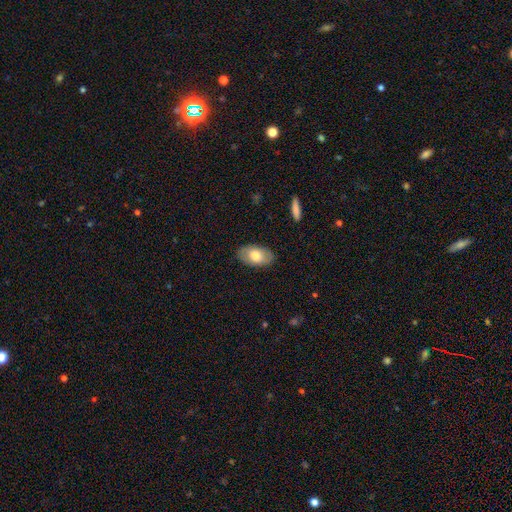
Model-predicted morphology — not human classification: smooth-or-featured: smooth: 71% | featured or disk: 23% | star or artifact: 6%
  how-rounded: in between: 94% | round: 5% | cigar-shaped: 1%
  merging: none: 86% | minor disturbance: 11% | major disturbance: 2% | merger: 1%